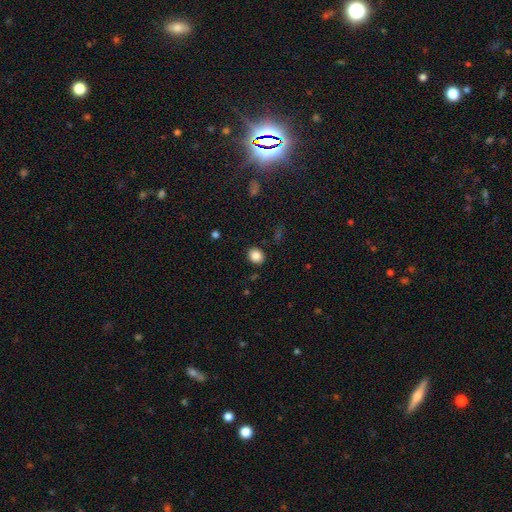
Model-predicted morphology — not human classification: Smooth or featured? Predicted: smooth (p=0.86). How rounded? Predicted: round (p=0.56). Merging? Predicted: none (p=0.87).